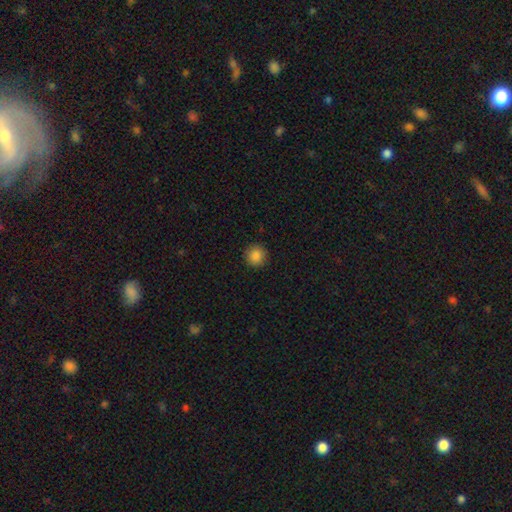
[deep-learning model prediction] Q: Smooth or featured?
A: smooth (86%); runner-up: star or artifact (10%)
Q: How rounded?
A: round (94%); runner-up: in between (5%)
Q: Merging?
A: none (91%); runner-up: minor disturbance (6%)